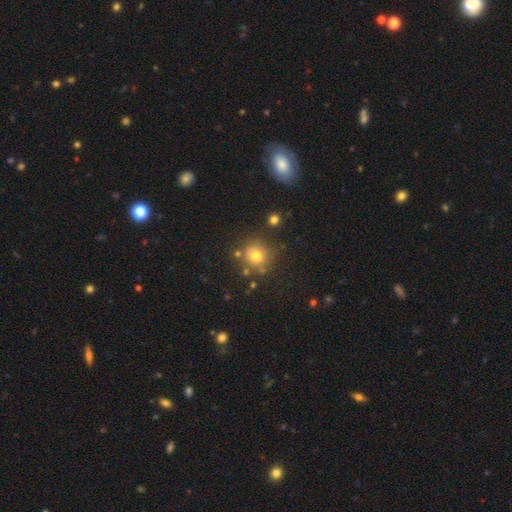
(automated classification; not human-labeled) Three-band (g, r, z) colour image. It shows a smooth galaxy with no disk features (74%) that is round (89%). Merging: none (75%).